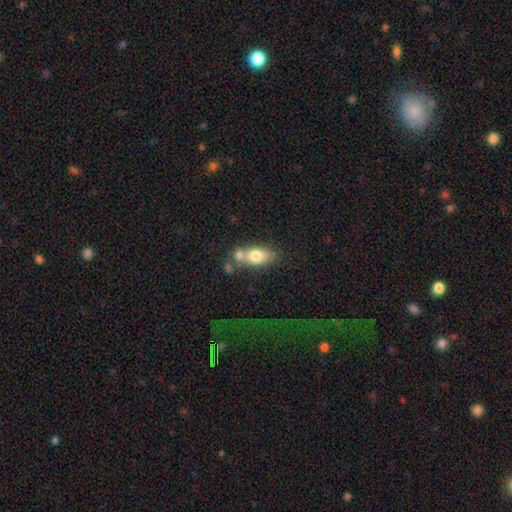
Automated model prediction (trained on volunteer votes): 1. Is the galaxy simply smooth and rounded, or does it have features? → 72% smooth, 20% featured or disk, 8% star or artifact.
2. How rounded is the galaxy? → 81% in between, 11% round, 9% cigar-shaped.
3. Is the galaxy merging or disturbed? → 46% none, 34% merger, 15% minor disturbance, 6% major disturbance.